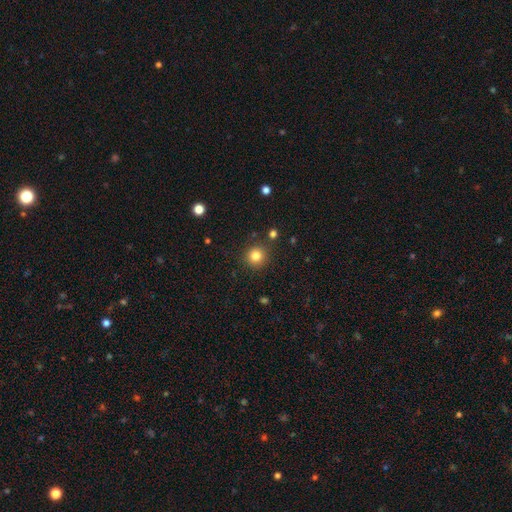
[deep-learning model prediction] smooth-or-featured: smooth: 83% | star or artifact: 12% | featured or disk: 6%
  how-rounded: round: 93% | in between: 6% | cigar-shaped: 1%
  merging: none: 88% | minor disturbance: 7% | merger: 2% | major disturbance: 2%